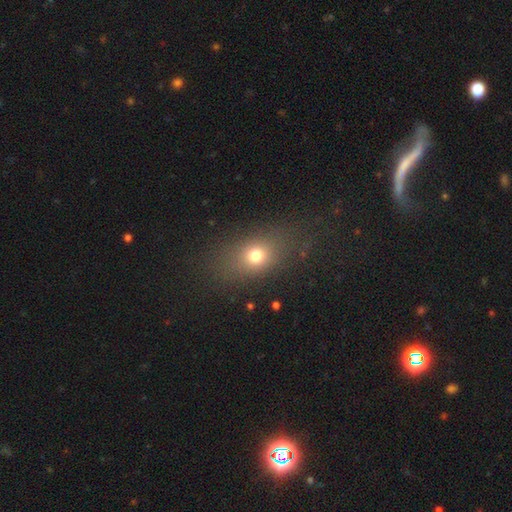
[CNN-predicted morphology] A smooth galaxy with no disk features (72%) that is in between round and cigar-shaped (59%).

Vote fractions:
- Smooth or featured? smooth: 72% / star or artifact: 15% / featured or disk: 12%
- How rounded? in between: 59% / round: 37% / cigar-shaped: 4%
- Merging? none: 74% / minor disturbance: 13% / major disturbance: 10% / merger: 2%